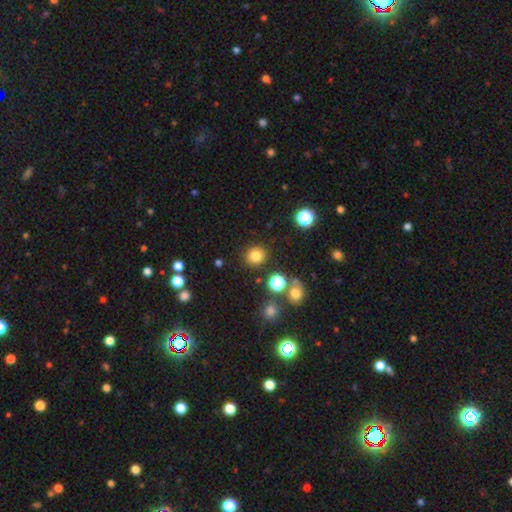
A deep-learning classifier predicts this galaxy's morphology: Smooth or featured: smooth — 80% (star or artifact — 15%)
How rounded: round — 89% (in between — 10%)
Merging: none — 88% (minor disturbance — 7%)